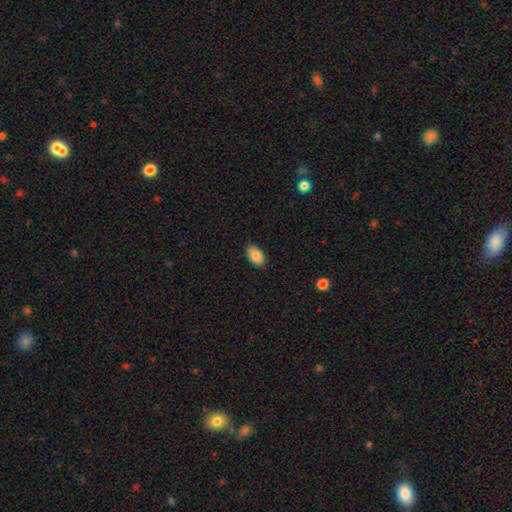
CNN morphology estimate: Smooth or featured? smooth (86%)
How rounded? in between (94%)
Merging? none (87%)